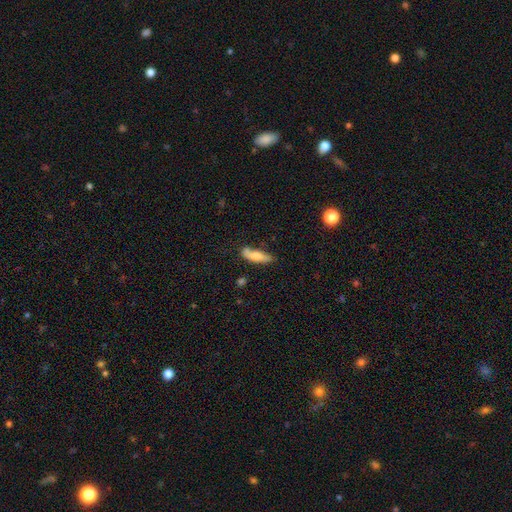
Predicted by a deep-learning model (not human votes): Morphology: type=smooth (73%); roundness=cigar-shaped (58%); merging=none (59%).